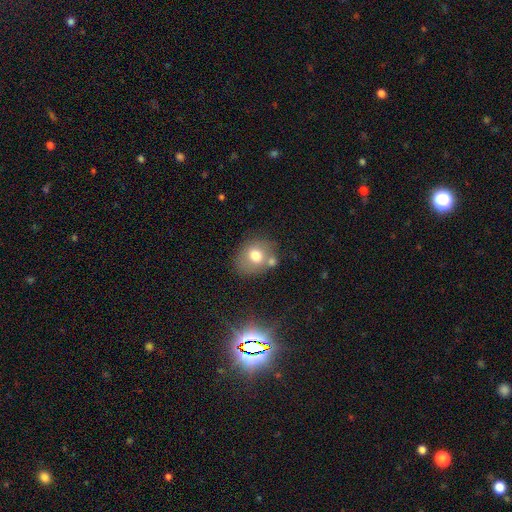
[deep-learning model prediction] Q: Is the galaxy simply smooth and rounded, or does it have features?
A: smooth — 71%.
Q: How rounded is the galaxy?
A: round — 59%.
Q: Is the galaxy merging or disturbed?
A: none — 57%.